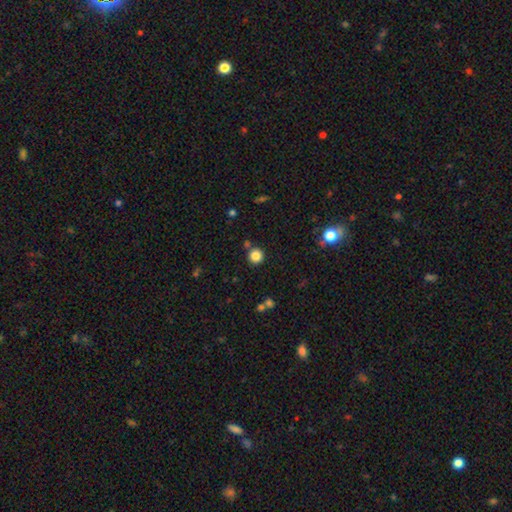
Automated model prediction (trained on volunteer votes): Smooth or featured? Predicted: smooth (p=0.84). How rounded? Predicted: round (p=0.94). Merging? Predicted: none (p=0.84).